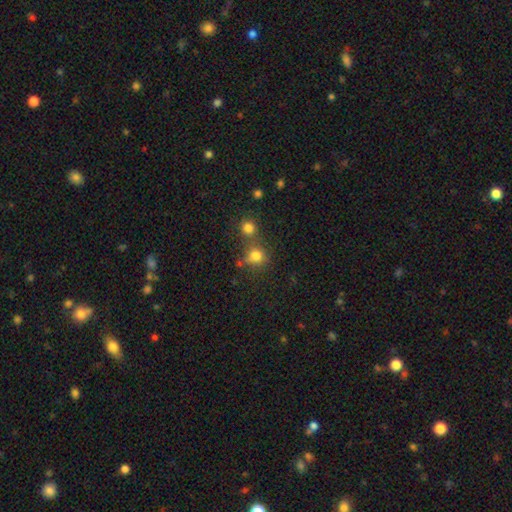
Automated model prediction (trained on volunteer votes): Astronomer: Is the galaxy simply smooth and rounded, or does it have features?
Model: smooth — 77%.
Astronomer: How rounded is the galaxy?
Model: round — 84%.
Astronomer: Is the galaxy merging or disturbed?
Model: none — 53% (runner-up: merger, 32%).